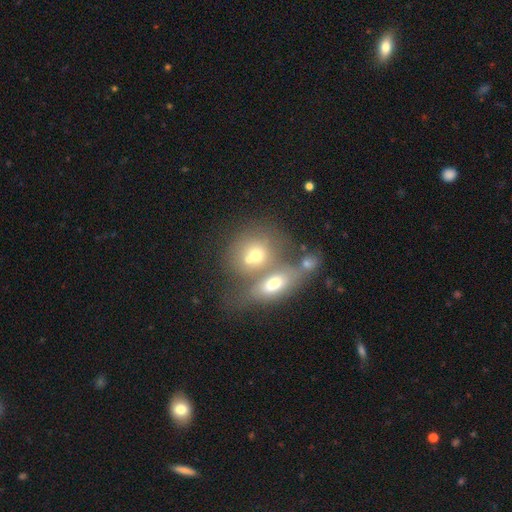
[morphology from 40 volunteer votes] Overall: smooth (62%; featured or disk 32%). How rounded: round (52%; in between 48%). Merging: merger (47%; none 24%).